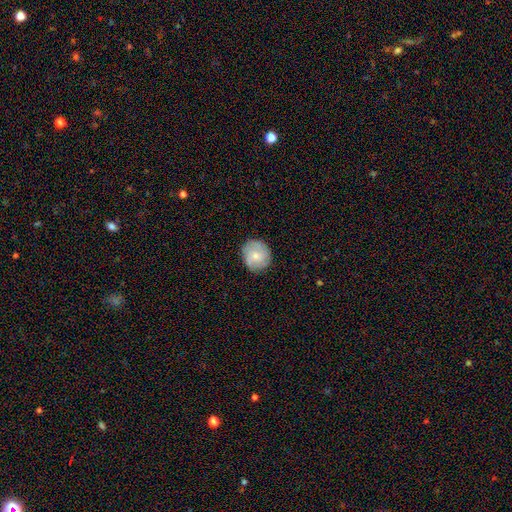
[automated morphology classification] Smooth or featured? Predicted: smooth (p=0.51). How rounded? Predicted: round (p=0.86). Merging? Predicted: none (p=0.83).